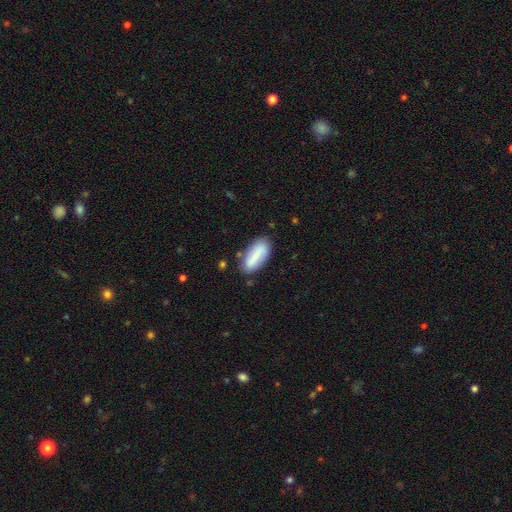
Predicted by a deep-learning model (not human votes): A smooth galaxy with no disk features (74%) that is in between round and cigar-shaped (78%).

Vote fractions:
- Smooth or featured? smooth: 74% / featured or disk: 20% / star or artifact: 6%
- How rounded? in between: 78% / cigar-shaped: 20% / round: 2%
- Merging? none: 75% / minor disturbance: 17% / major disturbance: 4% / merger: 4%